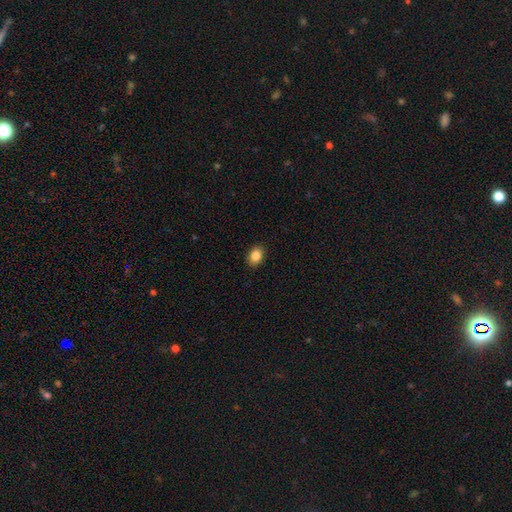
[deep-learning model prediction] smooth-or-featured: smooth: 87% | star or artifact: 9% | featured or disk: 4%
  how-rounded: in between: 73% | round: 26% | cigar-shaped: 1%
  merging: none: 89% | minor disturbance: 8% | major disturbance: 2% | merger: 1%